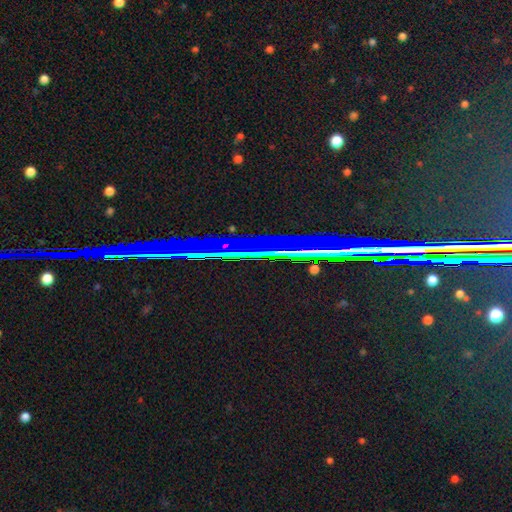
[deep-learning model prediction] Smooth or featured?
  - star or artifact: 81% *
  - featured or disk: 12%
  - smooth: 8%